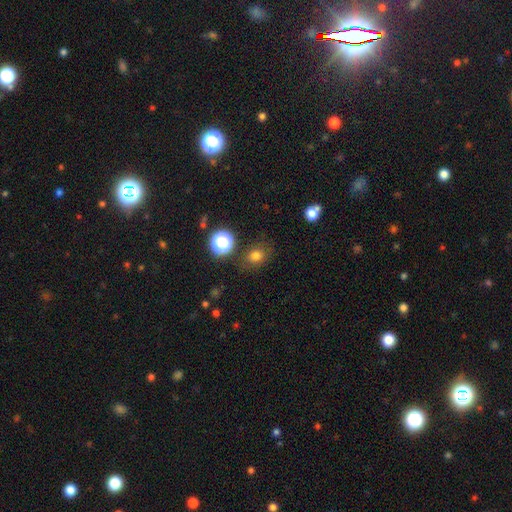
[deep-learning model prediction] Smooth or featured: smooth — 77% (star or artifact — 16%)
How rounded: round — 56% (in between — 43%)
Merging: none — 77% (minor disturbance — 15%)